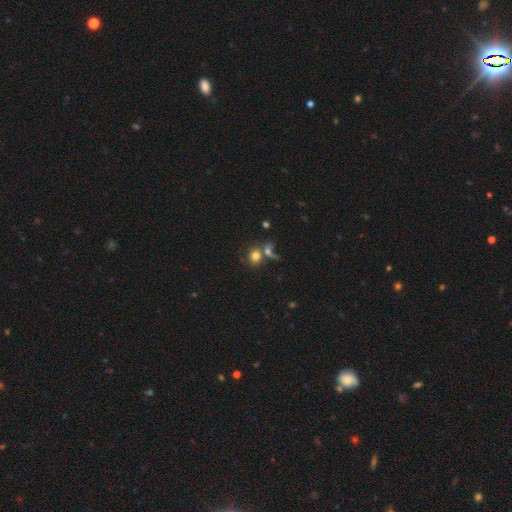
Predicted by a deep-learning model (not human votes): smooth_or_featured: smooth (p=0.76) [alt: star or artifact p=0.13]
how_rounded: round (p=0.71) [alt: in between p=0.28]
merging: none (p=0.43) [alt: merger p=0.39]